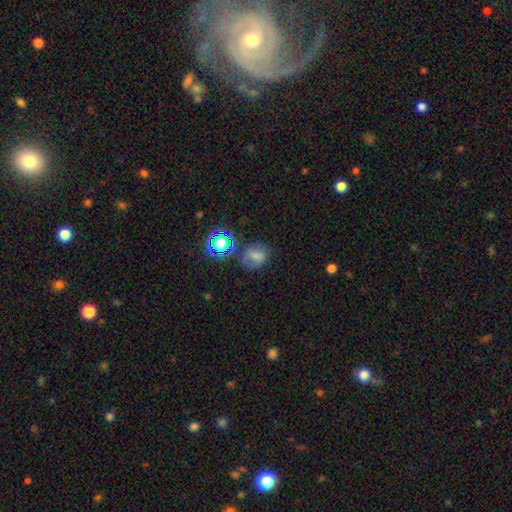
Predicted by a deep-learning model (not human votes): Smooth or featured?
  - smooth: 64% *
  - star or artifact: 21%
  - featured or disk: 15%
How rounded?
  - in between: 53% *
  - round: 46%
  - cigar-shaped: 2%
Merging?
  - none: 61% *
  - minor disturbance: 22%
  - major disturbance: 11%
  - merger: 6%